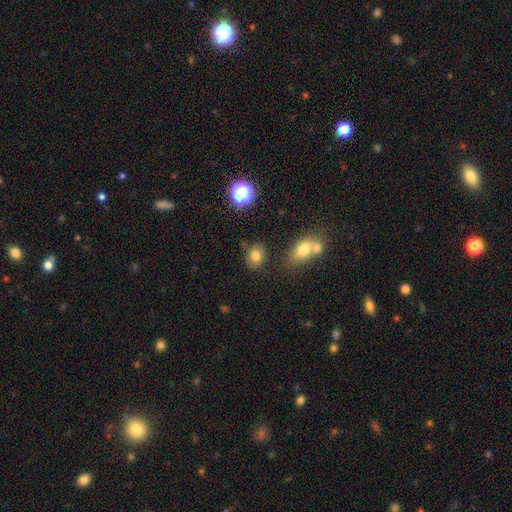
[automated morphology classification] Q: Smooth or featured?
A: smooth (79%); runner-up: star or artifact (13%)
Q: How rounded?
A: in between (52%); runner-up: round (47%)
Q: Merging?
A: none (78%); runner-up: minor disturbance (12%)